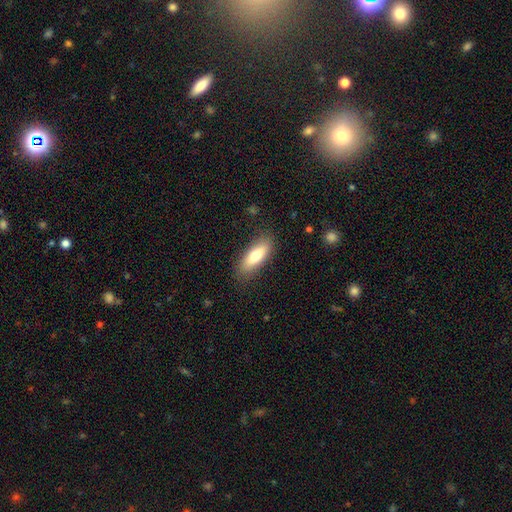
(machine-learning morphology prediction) type=smooth (76%); roundness=in between (59%); merging=none (84%).